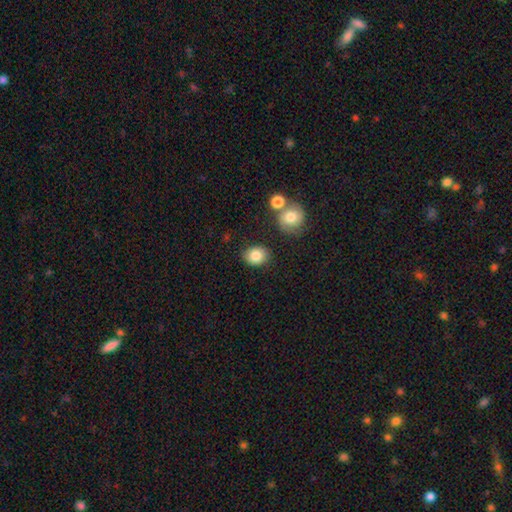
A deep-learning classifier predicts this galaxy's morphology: This is clearly a smooth galaxy (84%). How rounded: possibly round (55%). Merging: clearly none (83%).